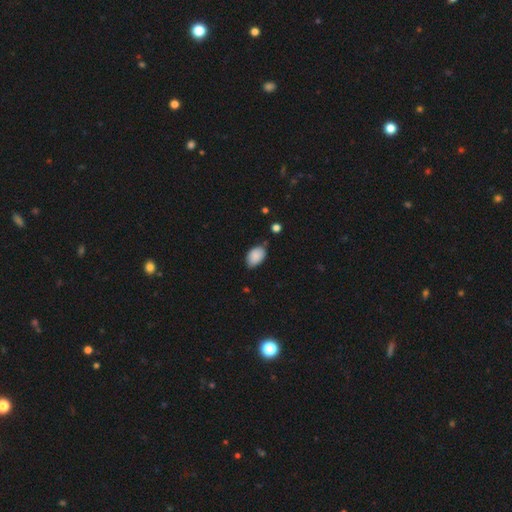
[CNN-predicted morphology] This appears to be a smooth galaxy with no disk features (88%) that is in between round and cigar-shaped (90%). Merging: none (70%).